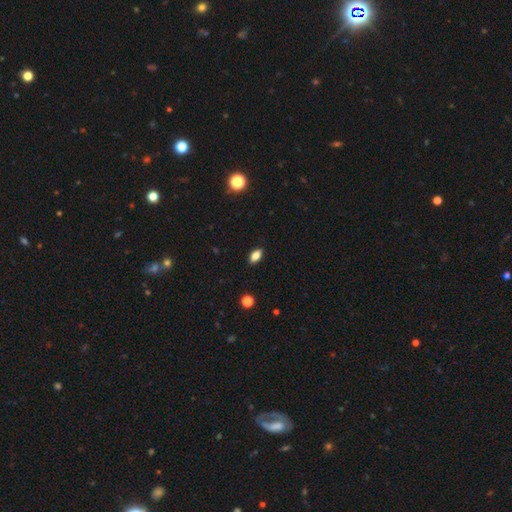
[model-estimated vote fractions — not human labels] smooth 81%, star or artifact 10%, featured or disk 9%. Down the decision tree: how rounded — in between (87%); merging — none (88%).